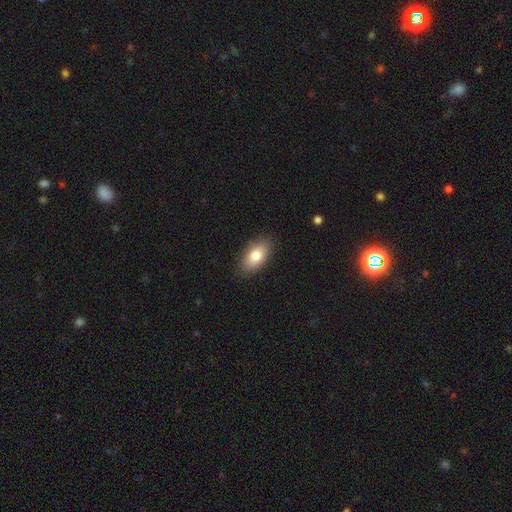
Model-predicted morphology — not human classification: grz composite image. It shows a smooth galaxy with no disk features (79%) that is in between round and cigar-shaped (91%). Merging: none (87%).